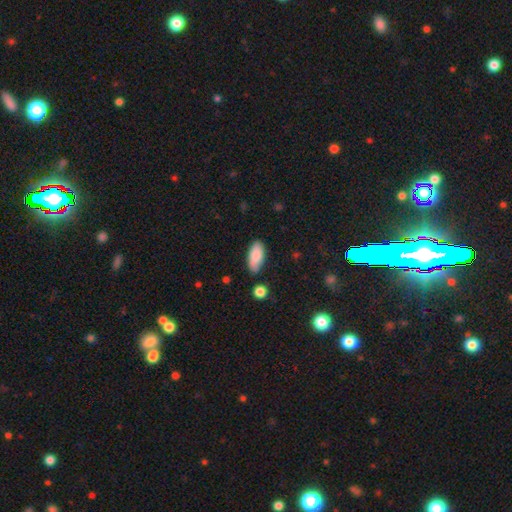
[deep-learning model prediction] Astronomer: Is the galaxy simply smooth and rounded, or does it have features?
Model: smooth — 86%.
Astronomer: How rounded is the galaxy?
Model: in between — 88%.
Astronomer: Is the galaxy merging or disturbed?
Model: none — 78%.